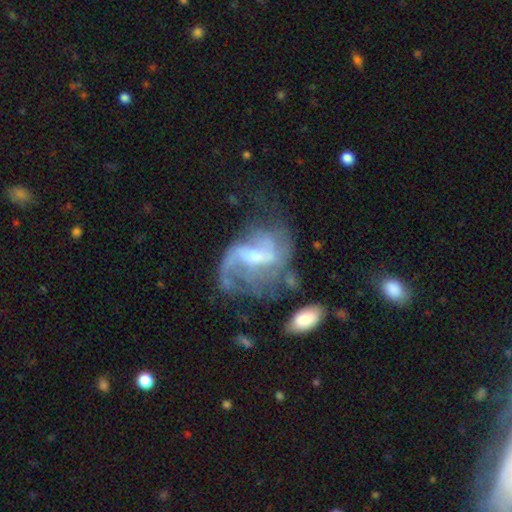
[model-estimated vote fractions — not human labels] Smooth or featured? featured or disk (79%)
Edge-on disk? no (97%)
Bar? weak (47%)
Spiral arms? yes (81%)
Spiral winding? loose (52%)
Spiral arm count? 2 (45%)
Bulge size? moderate (36%)
Merging? major disturbance (40%)